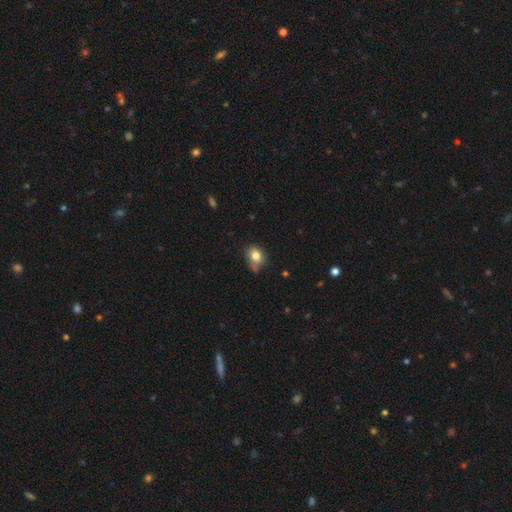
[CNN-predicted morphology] Smooth or featured? Predicted: smooth (p=0.80). How rounded? Predicted: in between (p=0.51). Merging? Predicted: none (p=0.59).